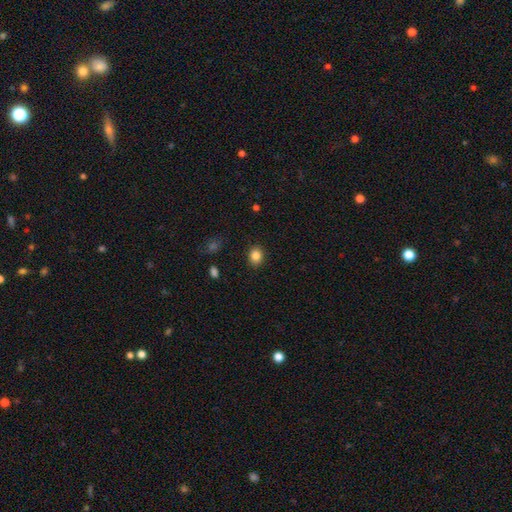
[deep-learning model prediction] smooth_or_featured: smooth (p=0.84) [alt: star or artifact p=0.10]
how_rounded: round (p=0.59) [alt: in between p=0.40]
merging: none (p=0.88) [alt: minor disturbance p=0.08]